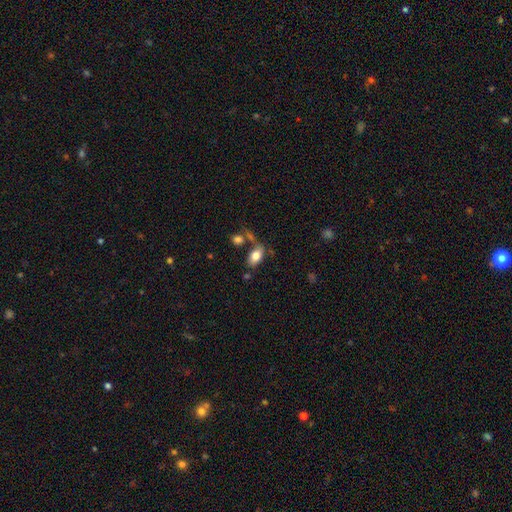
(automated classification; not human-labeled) Smooth or featured? smooth (79%)
How rounded? in between (90%)
Merging? none (61%)